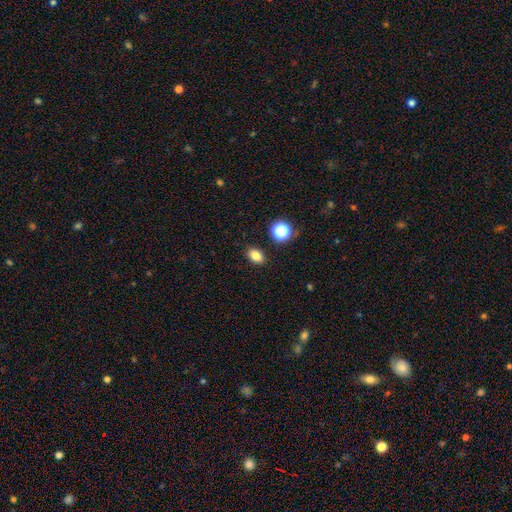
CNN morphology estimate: type=smooth (82%); roundness=in between (77%); merging=none (87%).